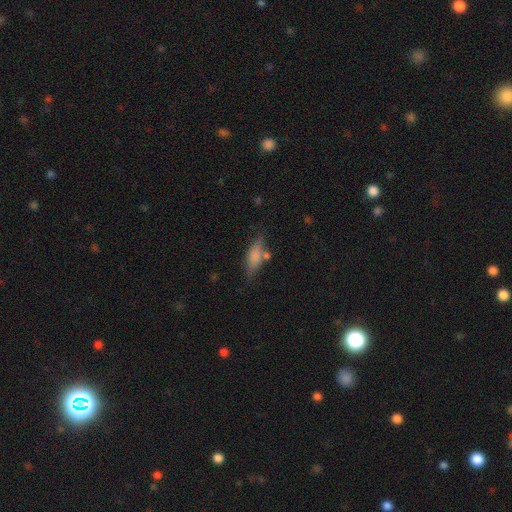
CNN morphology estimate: Q: Smooth or featured?
A: smooth (62%); runner-up: featured or disk (30%)
Q: How rounded?
A: in between (54%); runner-up: cigar-shaped (42%)
Q: Merging?
A: none (63%); runner-up: minor disturbance (20%)